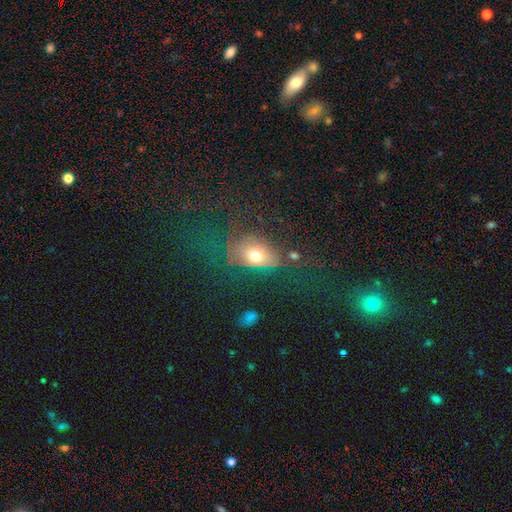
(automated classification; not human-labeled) This is likely a smooth galaxy (67%). How rounded: likely in between (71%). Merging: possibly none (56%).